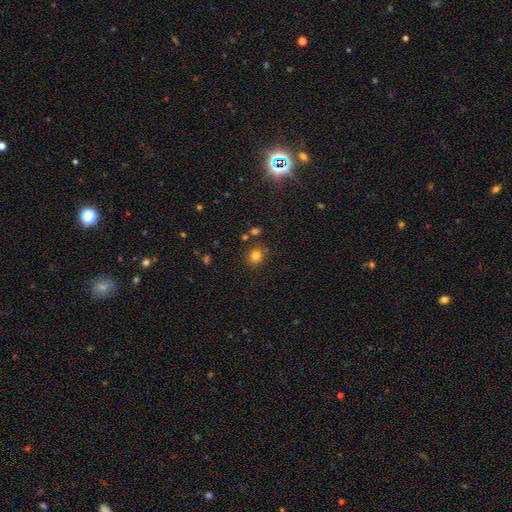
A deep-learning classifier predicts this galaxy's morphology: smooth 79%, star or artifact 15%, featured or disk 6%. Down the decision tree: how rounded — round (79%); merging — none (82%).